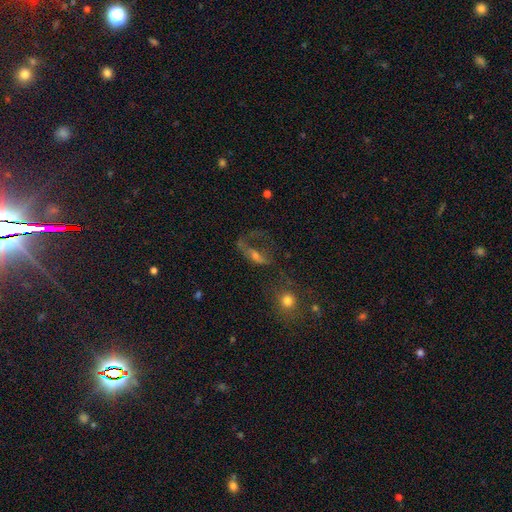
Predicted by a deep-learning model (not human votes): Smooth or featured?
  - featured or disk: 48% *
  - smooth: 31%
  - star or artifact: 21%
Merging?
  - major disturbance: 45% *
  - none: 33%
  - minor disturbance: 16%
  - merger: 7%